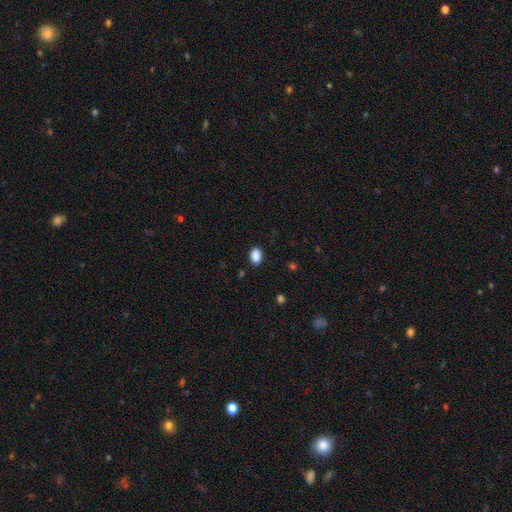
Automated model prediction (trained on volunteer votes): smooth_or_featured: smooth (p=0.89) [alt: star or artifact p=0.08]
how_rounded: in between (p=0.86) [alt: round p=0.13]
merging: none (p=0.87) [alt: minor disturbance p=0.10]